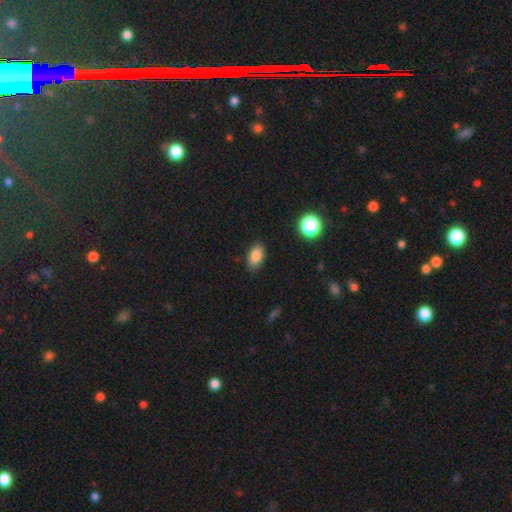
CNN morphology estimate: Overall: smooth (84%). How rounded: in between (90%). Merging: none (85%).